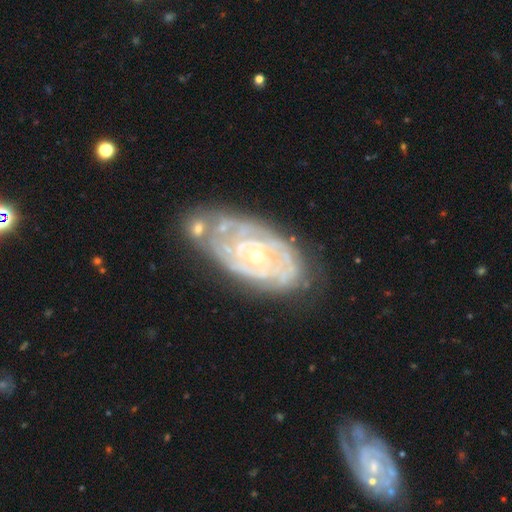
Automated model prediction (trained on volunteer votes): A featured or disk galaxy (86%) with no bar (76%), tight (76%) spiral arms (90%) and a small central bulge (67%).

Vote fractions:
- Smooth or featured? featured or disk: 86% / smooth: 9% / star or artifact: 6%
- Edge-on disk? no: 95% / yes: 5%
- Bar? no: 76% / weak: 19% / strong: 5%
- Spiral arms? yes: 90% / no: 10%
- Spiral winding? tight: 76% / medium: 20% / loose: 5%
- Spiral arm count? can't tell: 41% / 2: 24% / 3: 16% / 4: 8% / more than 4: 5% / 1: 5%
- Bulge size? small: 67% / moderate: 30% / large: 1% / none: 1% / dominant: 1%
- Merging? none: 56% / minor disturbance: 25% / major disturbance: 11% / merger: 8%